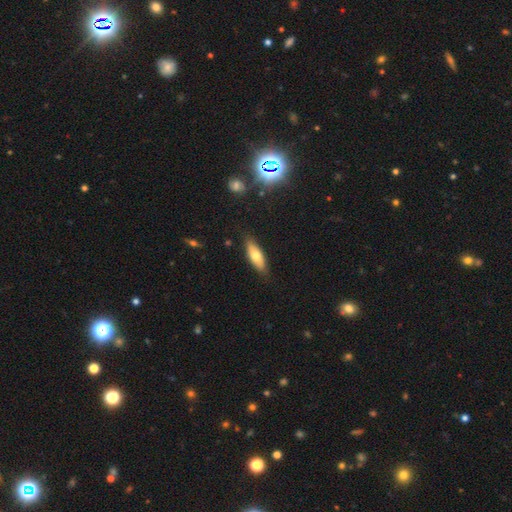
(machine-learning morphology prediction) A smooth galaxy with no disk features (65%) that is in between round and cigar-shaped (61%).

Vote fractions:
- Smooth or featured? smooth: 65% / featured or disk: 28% / star or artifact: 7%
- How rounded? in between: 61% / cigar-shaped: 37% / round: 2%
- Merging? none: 82% / minor disturbance: 14% / major disturbance: 2% / merger: 1%